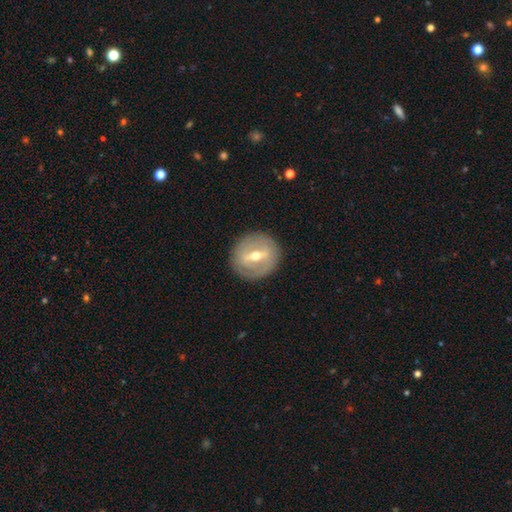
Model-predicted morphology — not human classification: Smooth or featured? featured or disk (70%)
Edge-on disk? no (89%)
Bar? strong (55%)
Spiral arms? no (65%)
Bulge size? moderate (67%)
Merging? none (87%)